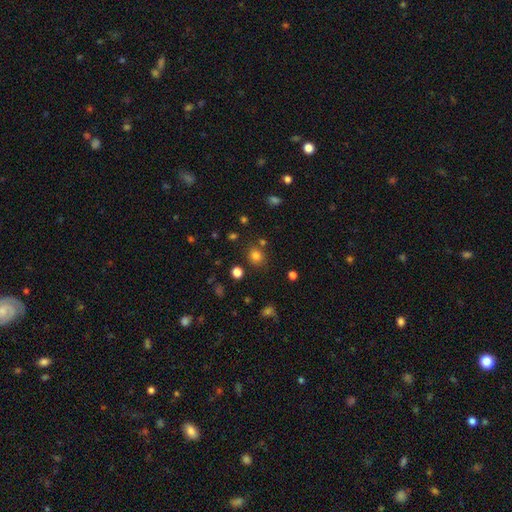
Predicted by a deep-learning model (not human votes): smooth 78%, star or artifact 16%, featured or disk 6%. Down the decision tree: how rounded — round (76%); merging — none (79%).